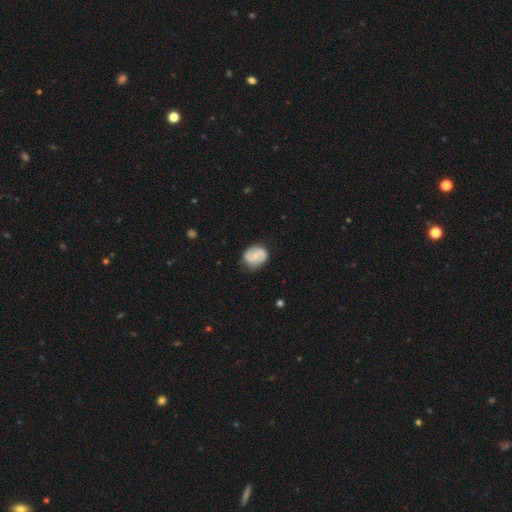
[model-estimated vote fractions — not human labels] smooth-or-featured: featured or disk: 67% | smooth: 27% | star or artifact: 6%
  disk-edge-on: no: 98% | yes: 2%
    bar: weak: 49% | no: 34% | strong: 18%
    has-spiral-arms: yes: 89% | no: 11%
      spiral-winding: medium: 46% | tight: 30% | loose: 24%
      spiral-arm-count: 2: 87% | can't tell: 7% | 1: 3% | 3: 1% | 4: 1% | more than 4: 1%
    bulge-size: small: 55% | moderate: 29% | none: 13% | large: 1% | dominant: 1%
  merging: none: 77% | minor disturbance: 17% | major disturbance: 4% | merger: 1%